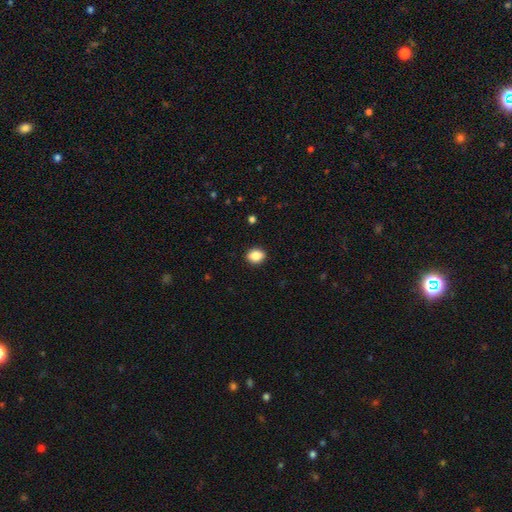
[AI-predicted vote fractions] smooth 86%, star or artifact 8%, featured or disk 5%. Down the decision tree: how rounded — in between (55%); merging — none (91%).